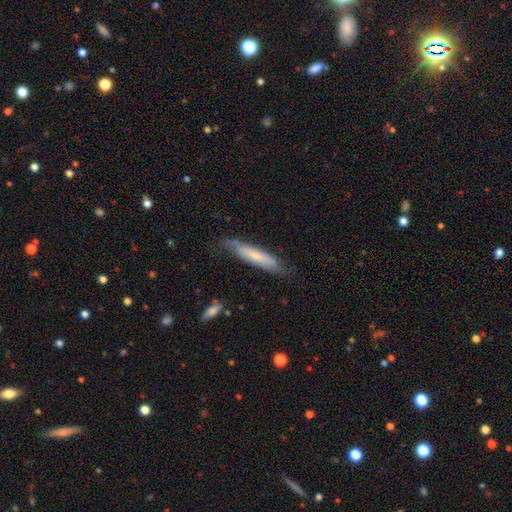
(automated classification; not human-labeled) smooth-or-featured: smooth: 57% | featured or disk: 37% | star or artifact: 6%
  how-rounded: cigar-shaped: 89% | in between: 10% | round: 1%
  merging: none: 73% | minor disturbance: 20% | major disturbance: 5% | merger: 2%